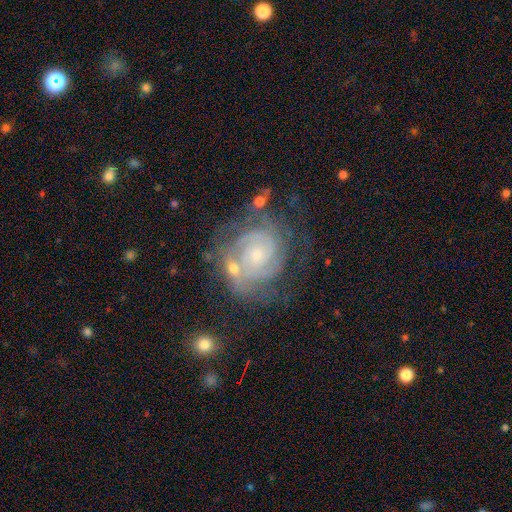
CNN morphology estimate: featured or disk 85%, smooth 8%, star or artifact 7%. Down the decision tree: edge-on disk — no (98%); bar — no (73%); spiral arms — yes (96%); spiral arm count — 2 (37%); spiral winding — tight (74%); bulge size — small (72%); merging — none (63%).